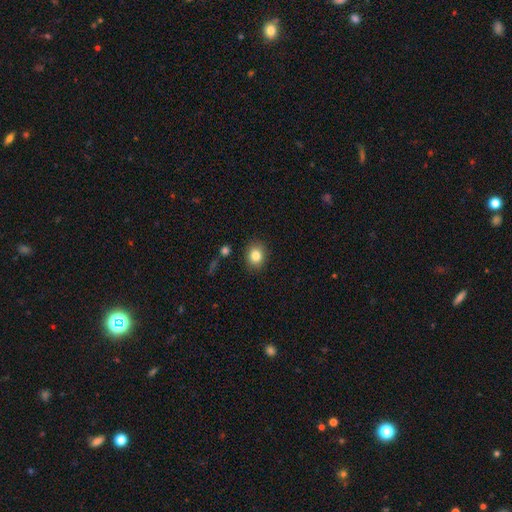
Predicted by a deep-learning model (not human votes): Morphology: type=smooth (83%); roundness=round (60%); merging=none (87%).